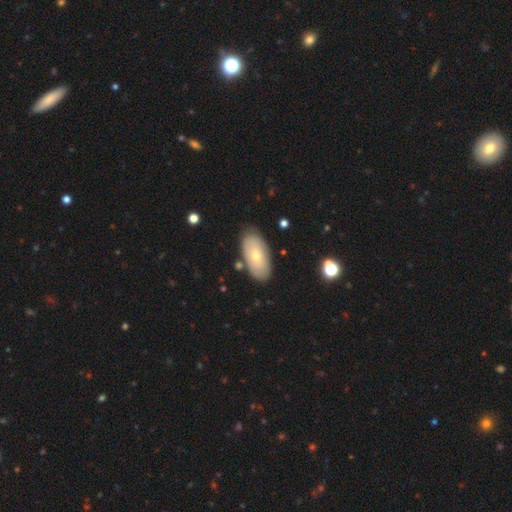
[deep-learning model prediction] Morphology: type=smooth (60%); roundness=in between (94%); merging=none (81%).